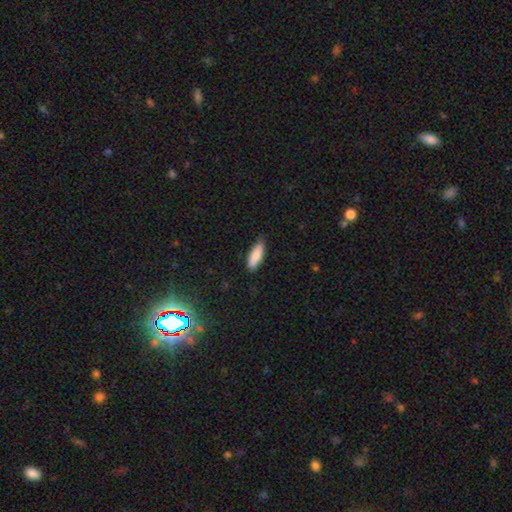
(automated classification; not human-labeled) Smooth or featured? Predicted: smooth (p=0.84). How rounded? Predicted: in between (p=0.53). Merging? Predicted: none (p=0.81).